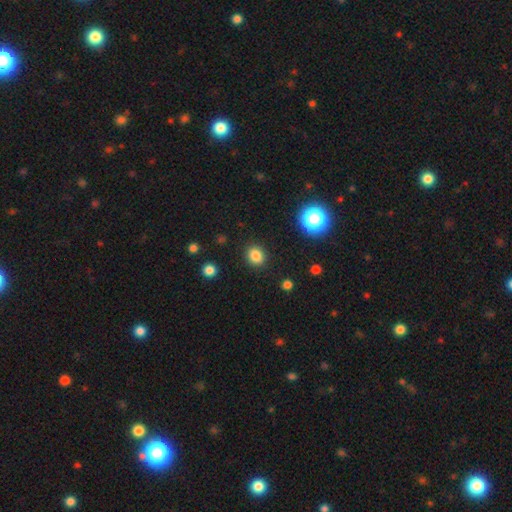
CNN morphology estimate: The model was most divided on "how rounded": round: 67%, in between: 32%, cigar-shaped: 1%. More confident: merging — none (89%); smooth or featured — smooth (83%).